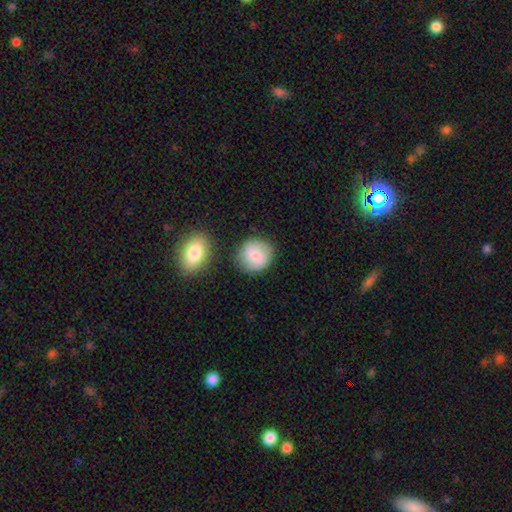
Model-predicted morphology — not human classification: smooth 75%, featured or disk 18%, star or artifact 7%. Down the decision tree: how rounded — round (88%); merging — none (76%).